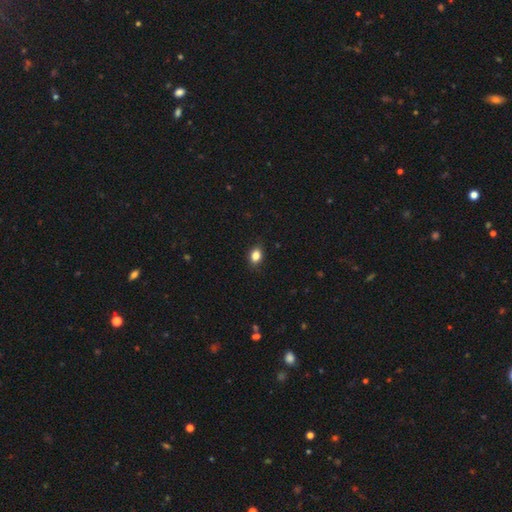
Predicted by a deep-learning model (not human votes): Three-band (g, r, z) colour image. It shows a smooth galaxy with no disk features (85%) that is in between round and cigar-shaped (70%). Merging: none (87%).